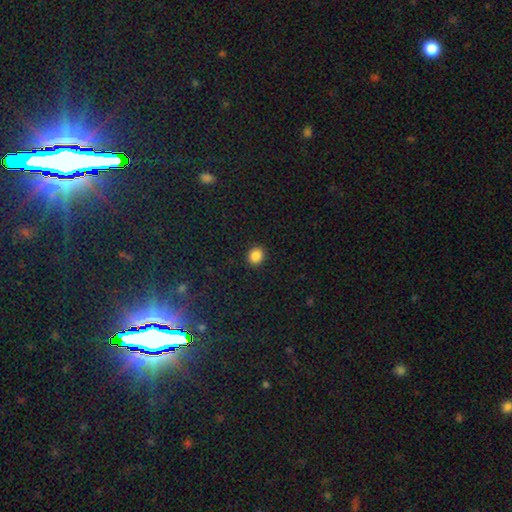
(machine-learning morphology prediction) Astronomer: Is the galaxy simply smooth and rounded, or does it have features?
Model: smooth — 87%.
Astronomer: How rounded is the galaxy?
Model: round — 72%.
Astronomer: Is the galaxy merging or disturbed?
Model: none — 91%.